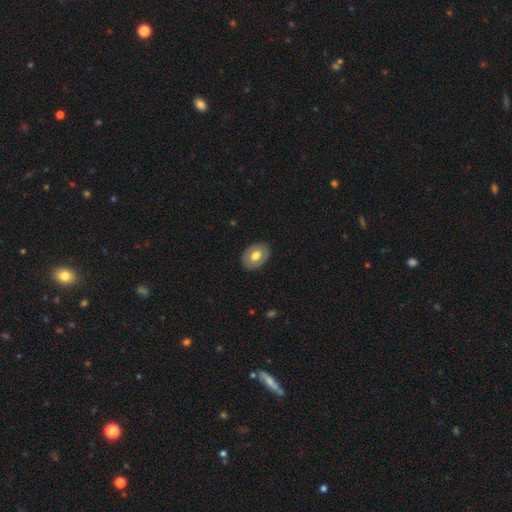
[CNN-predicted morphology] Smooth or featured: smooth — 62% (featured or disk — 32%)
How rounded: in between — 81% (round — 18%)
Merging: none — 86% (minor disturbance — 10%)